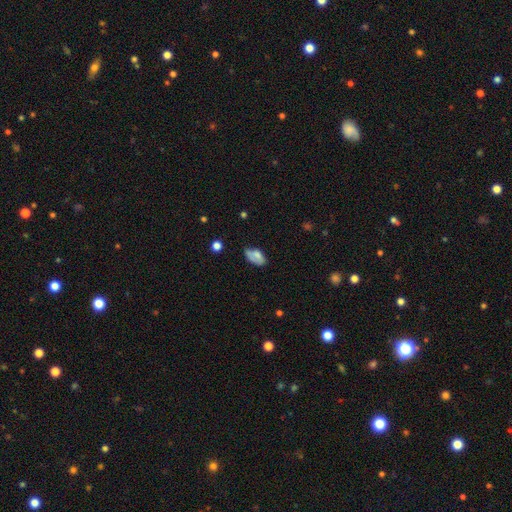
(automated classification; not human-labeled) Smooth or featured?
  - smooth: 66% *
  - featured or disk: 25%
  - star or artifact: 9%
How rounded?
  - in between: 92% *
  - round: 5%
  - cigar-shaped: 3%
Merging?
  - none: 47% *
  - minor disturbance: 35%
  - major disturbance: 14%
  - merger: 4%